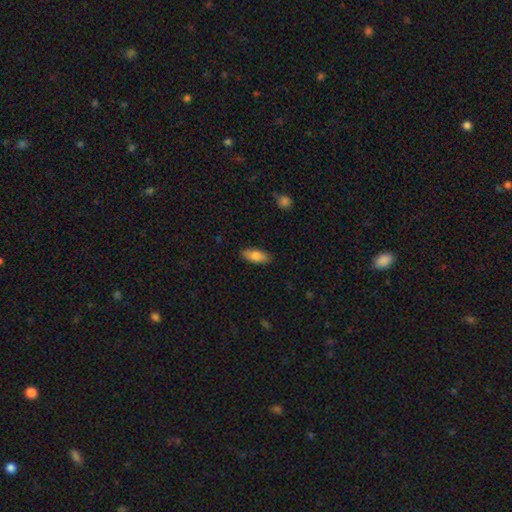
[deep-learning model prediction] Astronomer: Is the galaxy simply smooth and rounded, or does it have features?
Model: smooth — 81%.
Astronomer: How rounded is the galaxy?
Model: in between — 81%.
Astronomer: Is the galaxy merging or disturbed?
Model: none — 88%.